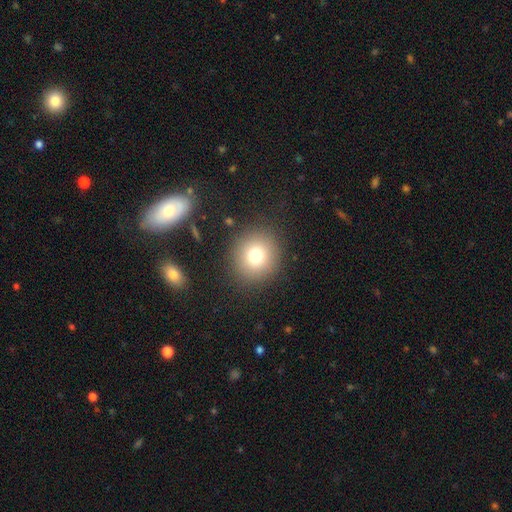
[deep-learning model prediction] Overall: smooth (76%). How rounded: round (88%). Merging: none (88%).